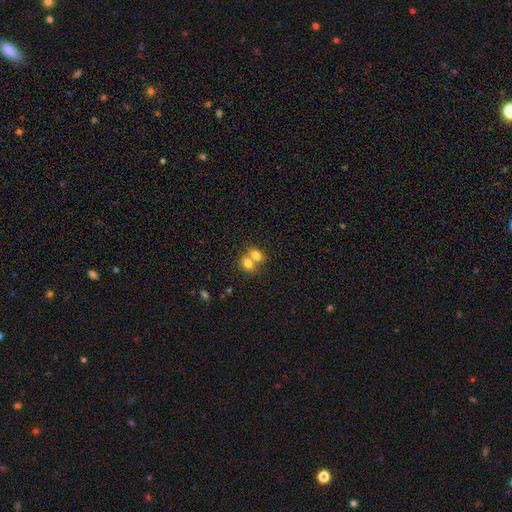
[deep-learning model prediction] This is likely a smooth galaxy (76%). How rounded: likely in between (63%). Merging: likely merger (66%).